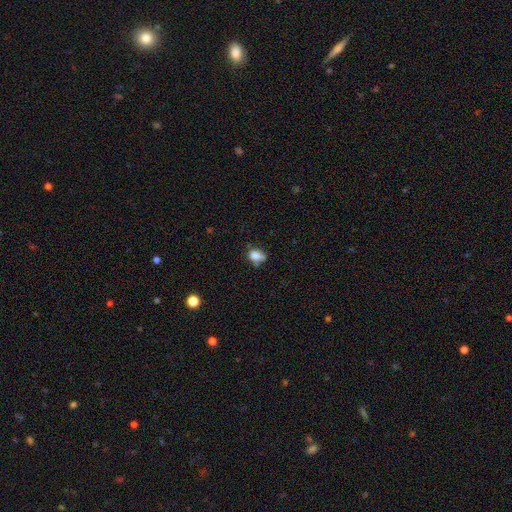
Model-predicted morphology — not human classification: A smooth galaxy with no disk features (80%) that is in between round and cigar-shaped (71%). Merging: none (49%).